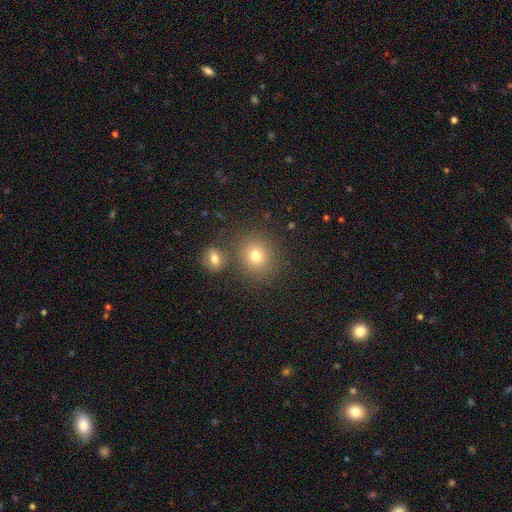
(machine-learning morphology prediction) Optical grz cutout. It shows a smooth galaxy with no disk features (75%) that is round (82%). Merging: none (75%).